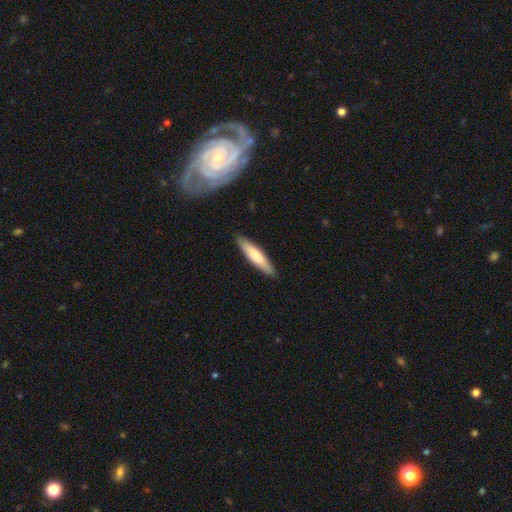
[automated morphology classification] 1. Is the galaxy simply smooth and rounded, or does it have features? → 73% smooth, 22% featured or disk, 5% star or artifact.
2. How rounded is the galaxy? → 81% cigar-shaped, 18% in between, 1% round.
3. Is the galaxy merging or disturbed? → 89% none, 9% minor disturbance, 2% major disturbance, 1% merger.